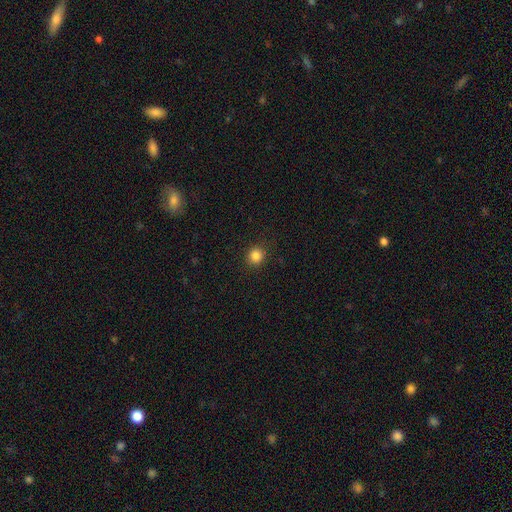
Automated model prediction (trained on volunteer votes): Smooth or featured?
  - smooth: 85% *
  - star or artifact: 12%
  - featured or disk: 4%
How rounded?
  - round: 89% *
  - in between: 10%
  - cigar-shaped: 1%
Merging?
  - none: 90% *
  - minor disturbance: 7%
  - major disturbance: 2%
  - merger: 1%